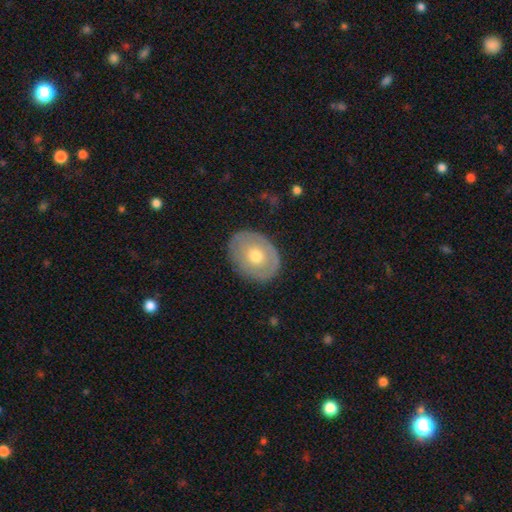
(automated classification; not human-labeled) A smooth galaxy with no disk features (50%).

Vote fractions:
- Smooth or featured? smooth: 50% / featured or disk: 44% / star or artifact: 6%
- Merging? none: 83% / minor disturbance: 13% / major disturbance: 3% / merger: 1%